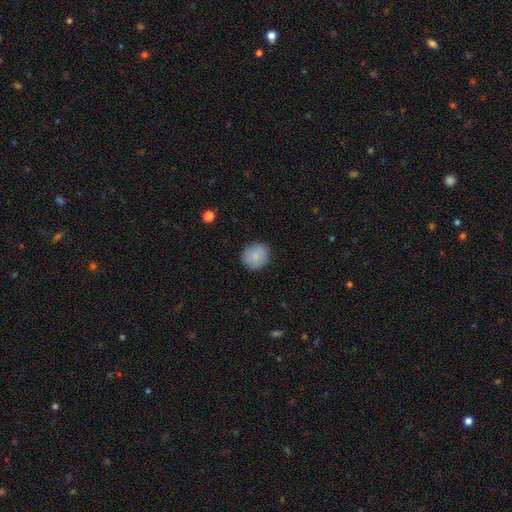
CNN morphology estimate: Smooth or featured?
  - smooth: 81% *
  - featured or disk: 12%
  - star or artifact: 7%
How rounded?
  - round: 82% *
  - in between: 17%
  - cigar-shaped: 1%
Merging?
  - none: 85% *
  - minor disturbance: 11%
  - major disturbance: 3%
  - merger: 1%